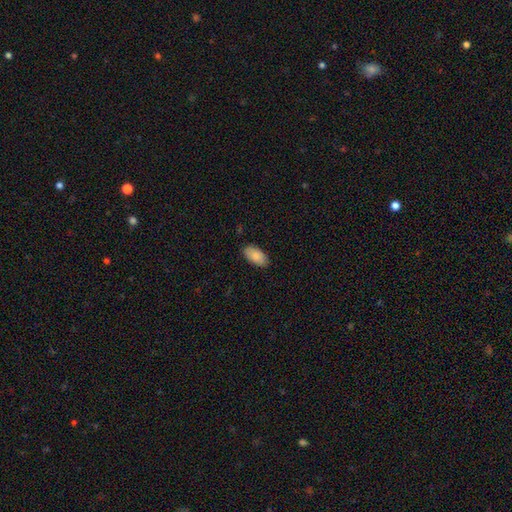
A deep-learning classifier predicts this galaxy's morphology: smooth 88%, featured or disk 6%, star or artifact 6%. Down the decision tree: how rounded — in between (95%); merging — none (85%).